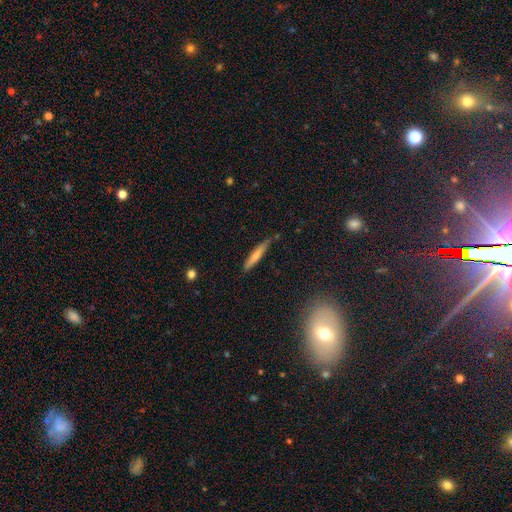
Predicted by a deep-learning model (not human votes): Morphology: type=smooth (69%); roundness=cigar-shaped (92%); merging=none (77%).